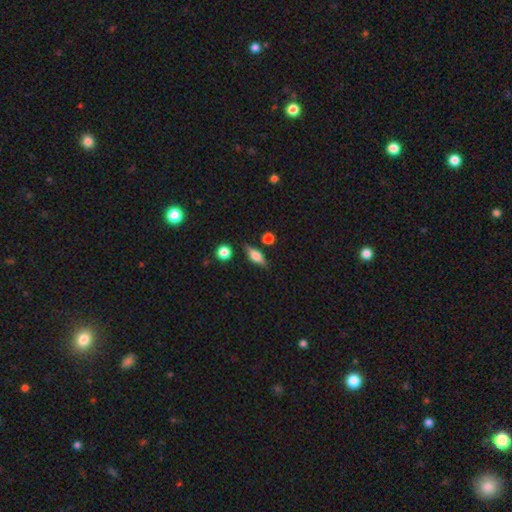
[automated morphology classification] This is possibly a smooth galaxy (51%). How rounded: likely in between (60%). Merging: clearly none (81%).